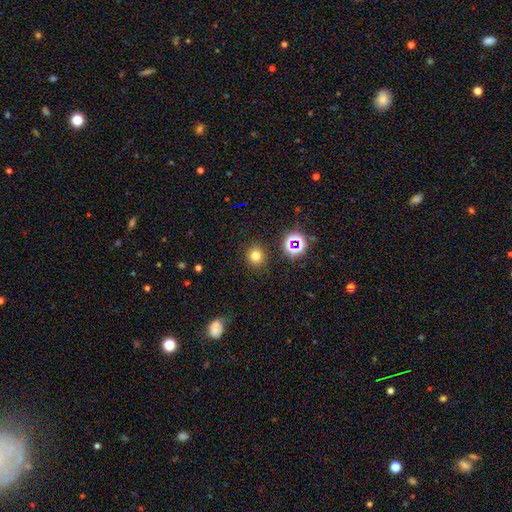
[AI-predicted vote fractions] Smooth or featured? smooth (73%)
How rounded? round (89%)
Merging? none (89%)